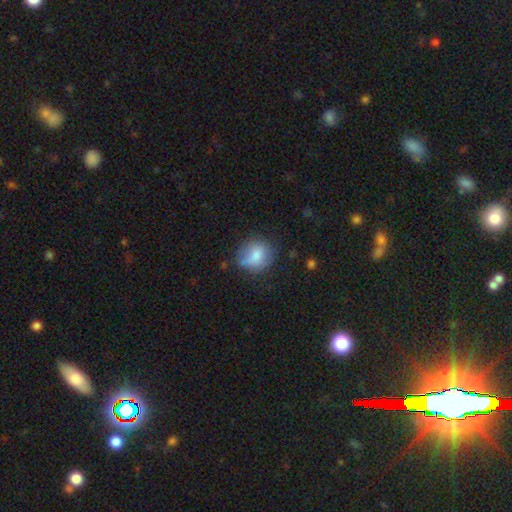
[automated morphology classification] Q: Smooth or featured?
A: smooth (76%); runner-up: featured or disk (15%)
Q: How rounded?
A: round (71%); runner-up: in between (28%)
Q: Merging?
A: none (58%); runner-up: minor disturbance (29%)